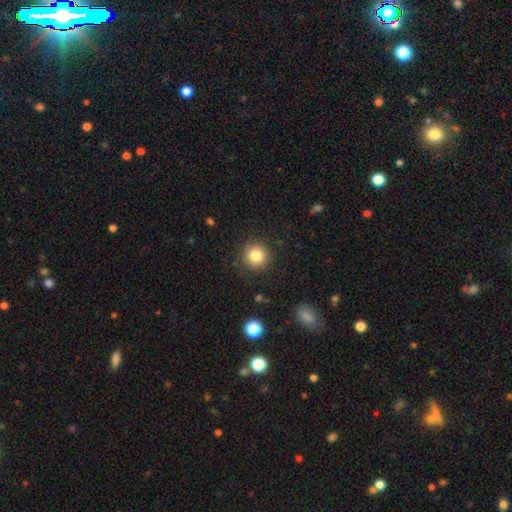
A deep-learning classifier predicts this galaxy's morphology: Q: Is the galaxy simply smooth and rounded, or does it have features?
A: smooth — 83%.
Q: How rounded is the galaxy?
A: round — 94%.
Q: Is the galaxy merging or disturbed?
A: none — 89%.